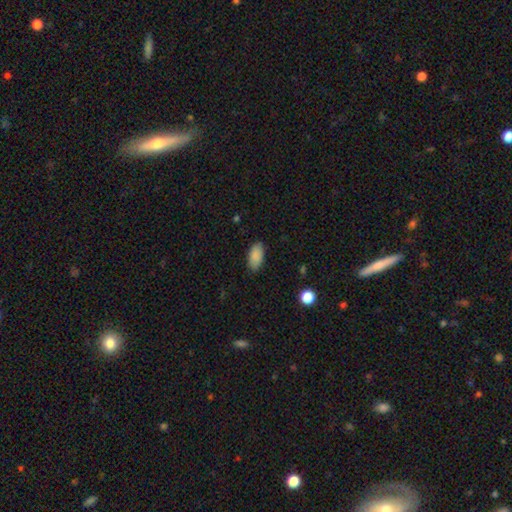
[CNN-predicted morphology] A smooth galaxy with no disk features (88%) that is in between round and cigar-shaped (93%).

Vote fractions:
- Smooth or featured? smooth: 88% / star or artifact: 7% / featured or disk: 4%
- How rounded? in between: 93% / cigar-shaped: 4% / round: 3%
- Merging? none: 86% / minor disturbance: 11% / major disturbance: 2% / merger: 1%